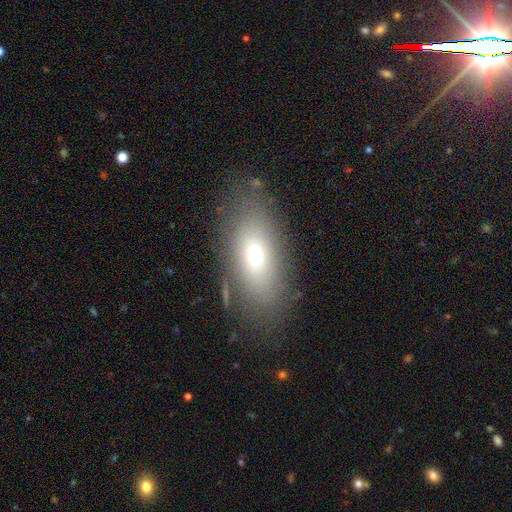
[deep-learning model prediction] A smooth galaxy with no disk features (62%) that is in between round and cigar-shaped (81%). Merging: none (78%).